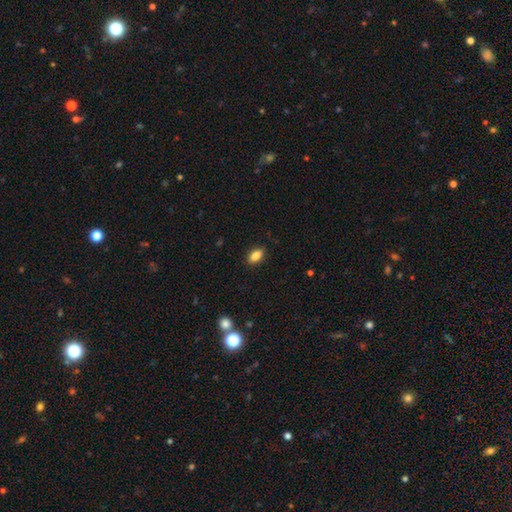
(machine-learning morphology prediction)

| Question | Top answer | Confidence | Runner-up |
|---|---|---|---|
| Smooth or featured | smooth | 85% | star or artifact (9%) |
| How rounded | in between | 88% | round (7%) |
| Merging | none | 87% | minor disturbance (10%) |